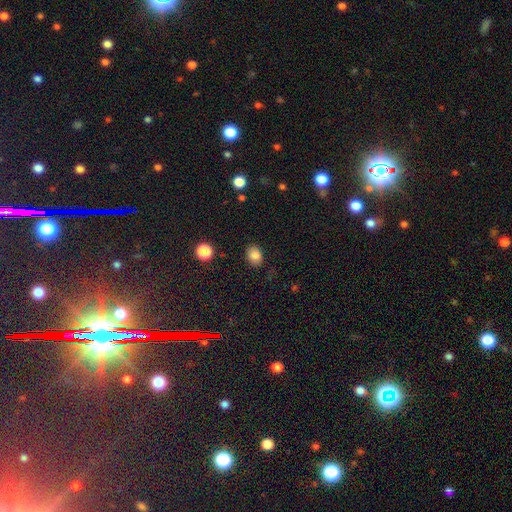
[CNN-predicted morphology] Q: Smooth or featured?
A: smooth (84%); runner-up: star or artifact (11%)
Q: How rounded?
A: in between (63%); runner-up: round (36%)
Q: Merging?
A: none (85%); runner-up: minor disturbance (11%)